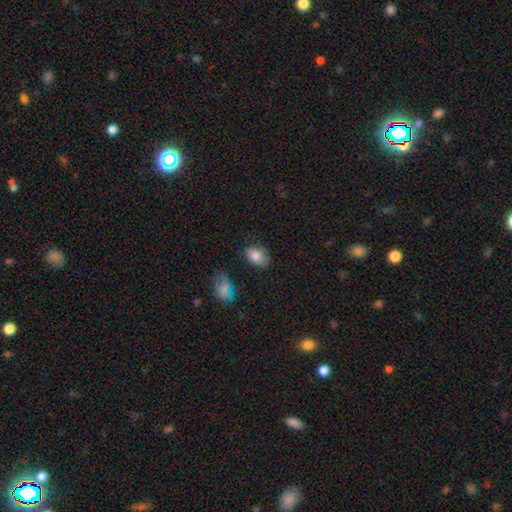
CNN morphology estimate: Smooth or featured? smooth (83%)
How rounded? in between (86%)
Merging? none (68%)